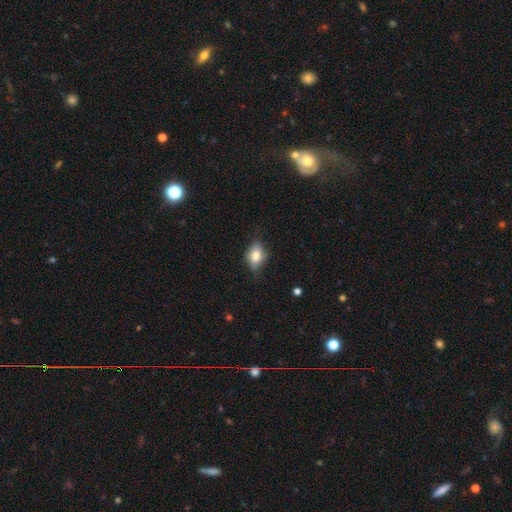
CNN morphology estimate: Smooth or featured: smooth — 76% (featured or disk — 15%)
How rounded: in between — 80% (round — 17%)
Merging: none — 70% (minor disturbance — 24%)